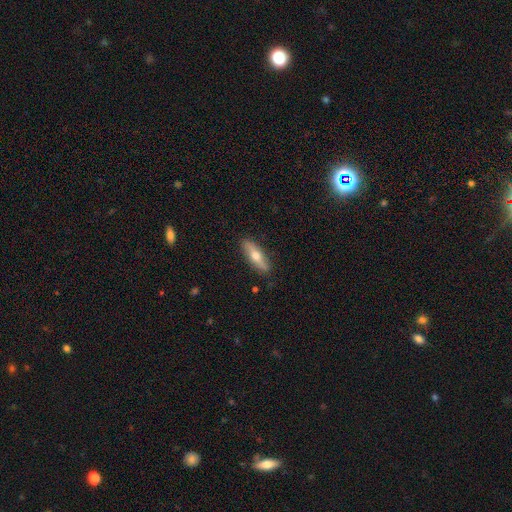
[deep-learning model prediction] This is possibly a smooth galaxy (54%). How rounded: possibly cigar-shaped (54%). Merging: clearly none (87%).